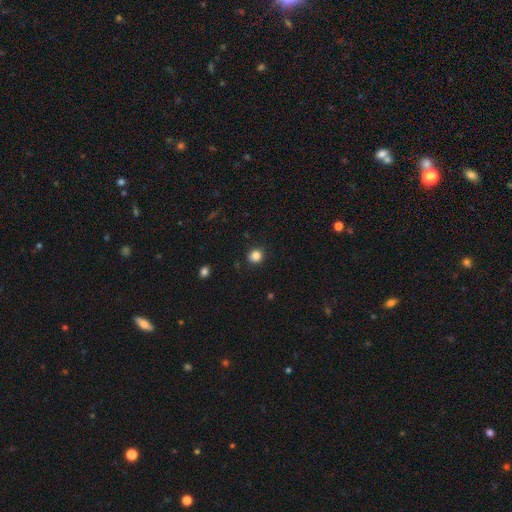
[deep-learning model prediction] This is clearly a smooth galaxy (85%). How rounded: clearly round (85%). Merging: clearly none (90%).